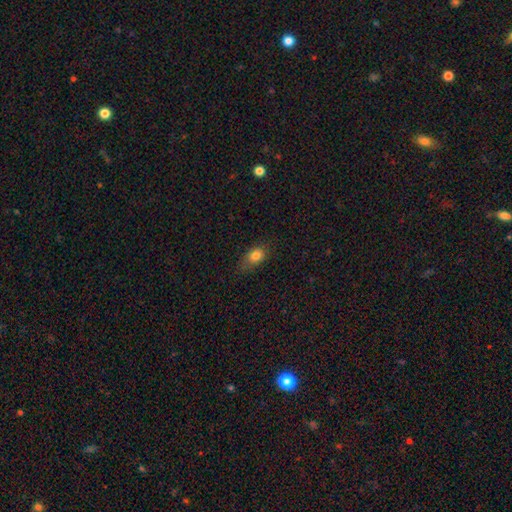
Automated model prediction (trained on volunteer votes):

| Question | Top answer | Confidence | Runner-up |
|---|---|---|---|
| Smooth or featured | smooth | 80% | star or artifact (11%) |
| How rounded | in between | 71% | round (24%) |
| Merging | none | 66% | minor disturbance (25%) |